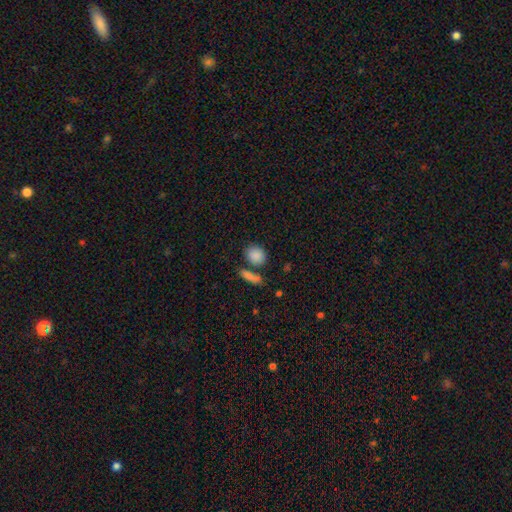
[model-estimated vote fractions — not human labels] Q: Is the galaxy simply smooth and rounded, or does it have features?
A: smooth — 87%.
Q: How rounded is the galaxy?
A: round — 49%.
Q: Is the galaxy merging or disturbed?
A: none — 64%.